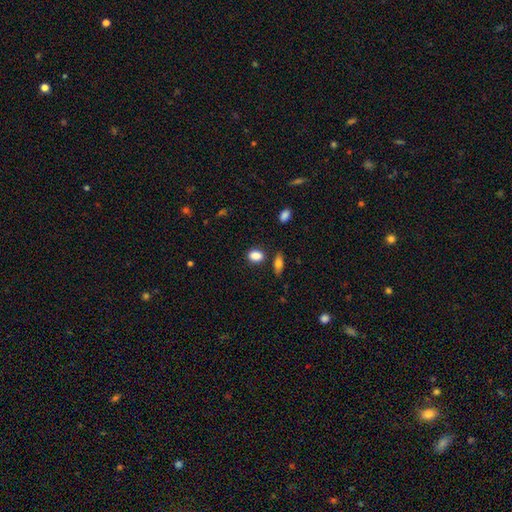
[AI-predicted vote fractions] This appears to be a smooth galaxy with no disk features (86%) that is in between round and cigar-shaped (72%). Merging: none (76%).